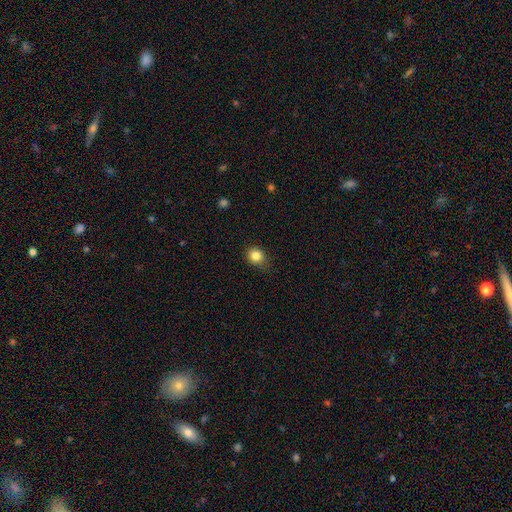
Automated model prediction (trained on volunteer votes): The model was most divided on "how rounded": round: 77%, in between: 23%, cigar-shaped: 1%. More confident: smooth or featured — smooth (83%); merging — none (79%).